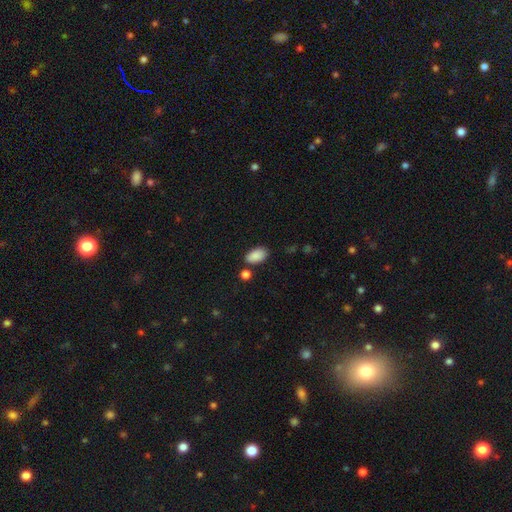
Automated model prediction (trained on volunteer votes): smooth-or-featured: smooth: 88% | star or artifact: 7% | featured or disk: 4%
  how-rounded: in between: 94% | round: 5% | cigar-shaped: 2%
  merging: none: 77% | minor disturbance: 12% | merger: 7% | major disturbance: 3%